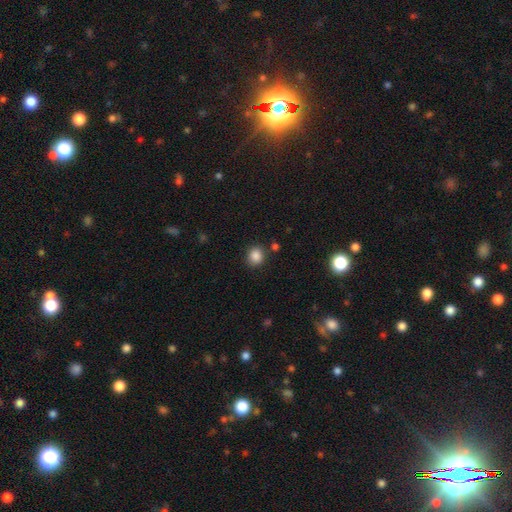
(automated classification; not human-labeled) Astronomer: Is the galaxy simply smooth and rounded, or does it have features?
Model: smooth — 86%.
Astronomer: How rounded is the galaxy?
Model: round — 77%.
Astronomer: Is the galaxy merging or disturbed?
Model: none — 84%.